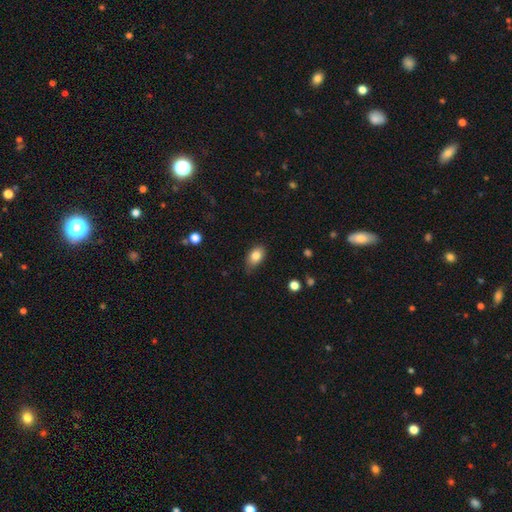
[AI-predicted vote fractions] A smooth galaxy with no disk features (83%) that is in between round and cigar-shaped (87%). Merging: none (73%).